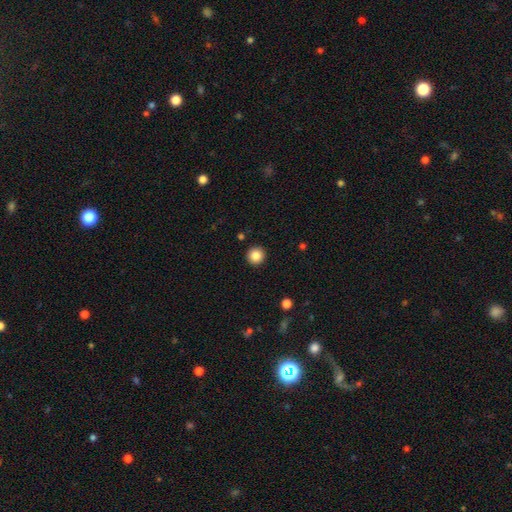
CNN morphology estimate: A smooth galaxy with no disk features (87%) that is round (96%). Merging: none (93%).